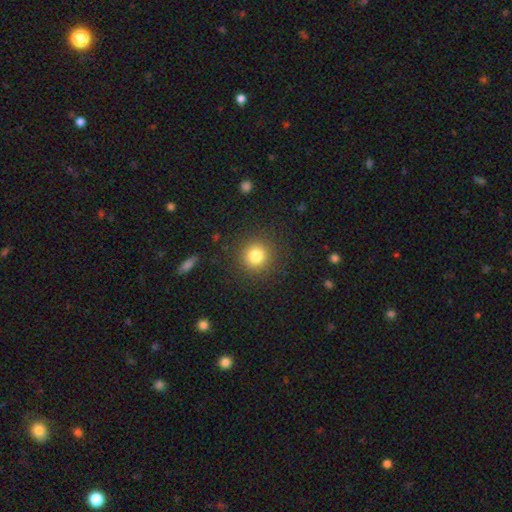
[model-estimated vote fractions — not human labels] smooth-or-featured: smooth: 81% | star or artifact: 12% | featured or disk: 7%
  how-rounded: round: 93% | in between: 6% | cigar-shaped: 1%
  merging: none: 89% | minor disturbance: 6% | major disturbance: 3% | merger: 1%